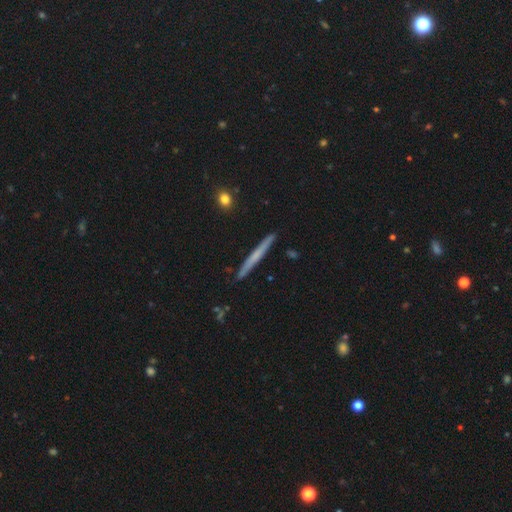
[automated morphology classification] A featured or disk galaxy (49%). Merging: none (91%).